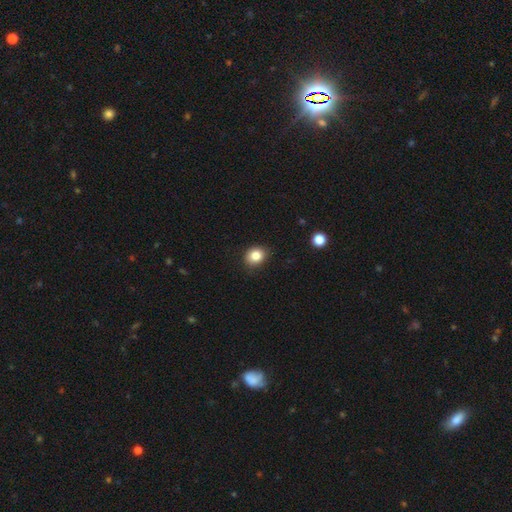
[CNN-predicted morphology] Smooth or featured? smooth (83%)
How rounded? round (63%)
Merging? none (86%)